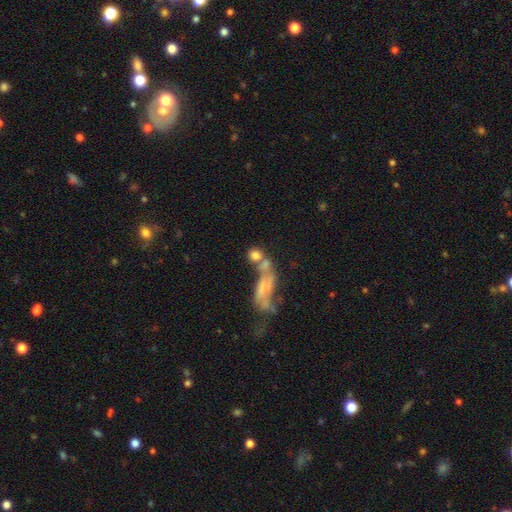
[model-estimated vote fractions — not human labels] A smooth galaxy with no disk features (68%) that is round (66%).

Vote fractions:
- Smooth or featured? smooth: 68% / featured or disk: 20% / star or artifact: 12%
- How rounded? round: 66% / in between: 26% / cigar-shaped: 8%
- Merging? merger: 43% / none: 34% / major disturbance: 12% / minor disturbance: 11%